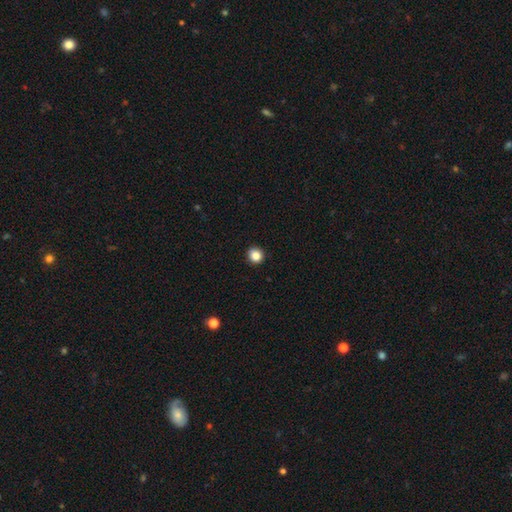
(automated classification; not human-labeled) This appears to be a smooth galaxy with no disk features (86%) that is round (87%). Merging: none (92%).